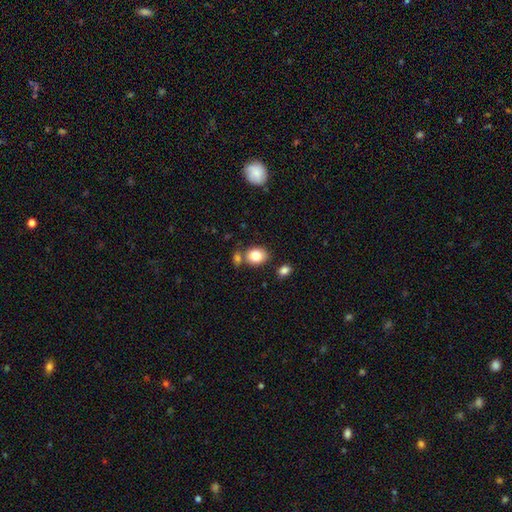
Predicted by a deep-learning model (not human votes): Smooth or featured: smooth — 83% (star or artifact — 9%)
How rounded: in between — 50% (tied with round — 50%)
Merging: none — 68% (merger — 16%)